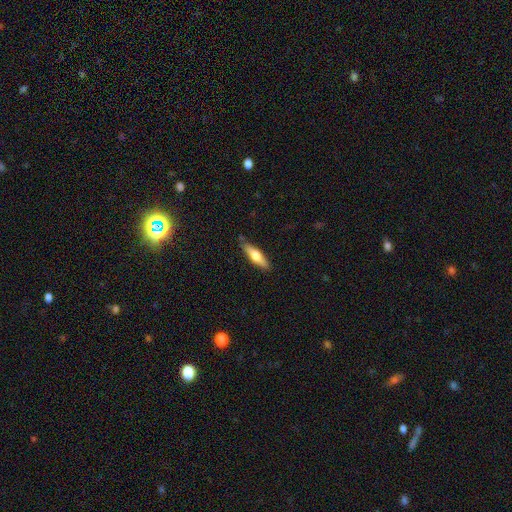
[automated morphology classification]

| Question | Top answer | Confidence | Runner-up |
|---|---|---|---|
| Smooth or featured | smooth | 55% | featured or disk (40%) |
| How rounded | cigar-shaped | 69% | in between (29%) |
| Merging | none | 83% | minor disturbance (13%) |